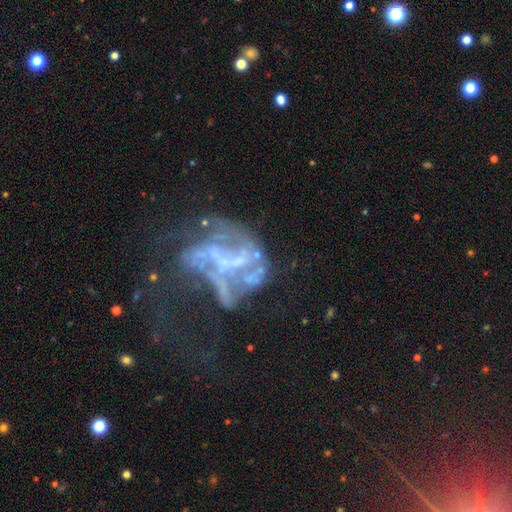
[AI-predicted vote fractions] smooth_or_featured: featured or disk (p=0.74) [alt: star or artifact p=0.14]
disk_edge_on: no (p=0.98) [alt: yes p=0.02]
bar: no (p=0.63) [alt: weak p=0.24]
has_spiral_arms: no (p=0.59) [alt: yes p=0.41]
bulge_size: none (p=0.53) [alt: small p=0.32]
merging: major disturbance (p=0.40) [alt: none p=0.30]